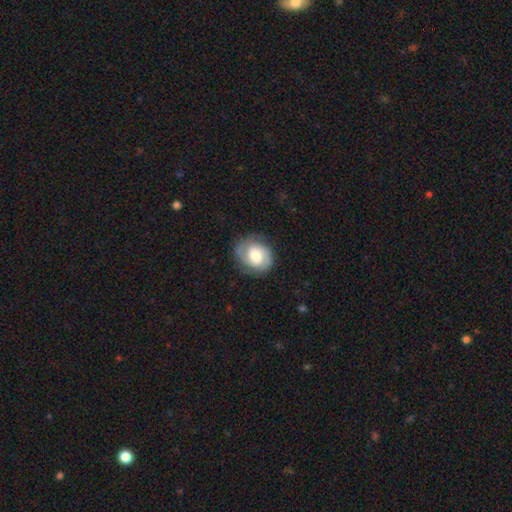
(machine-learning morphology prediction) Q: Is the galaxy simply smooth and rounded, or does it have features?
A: featured or disk — 64%.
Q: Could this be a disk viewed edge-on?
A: no — 97%.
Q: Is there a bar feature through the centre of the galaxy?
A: no — 55%.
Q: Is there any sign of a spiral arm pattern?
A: yes — 89%.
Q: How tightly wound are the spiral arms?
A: tight — 47%.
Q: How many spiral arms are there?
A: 2 — 81%.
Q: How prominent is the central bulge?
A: moderate — 50%.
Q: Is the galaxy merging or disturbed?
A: none — 78%.